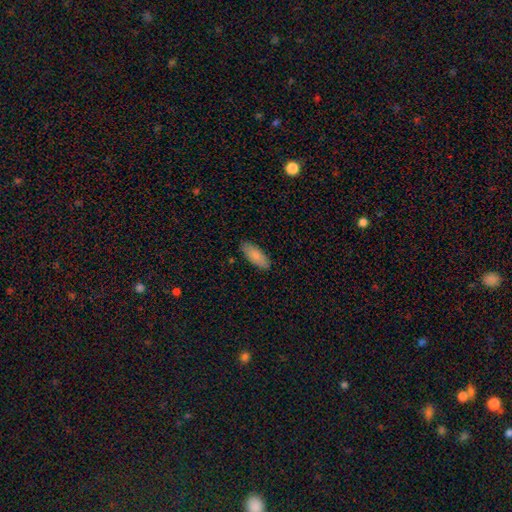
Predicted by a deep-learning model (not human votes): Smooth or featured? smooth (85%)
How rounded? in between (80%)
Merging? none (86%)